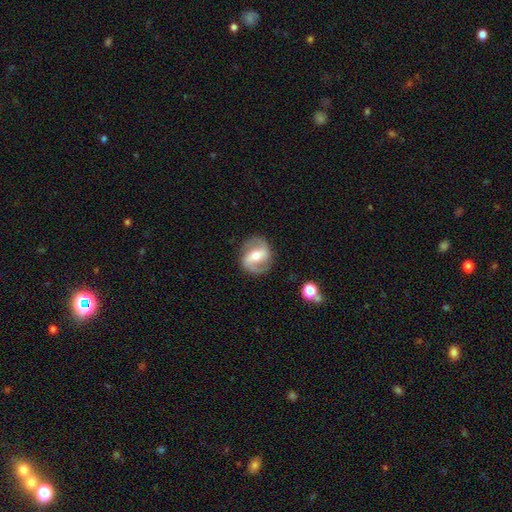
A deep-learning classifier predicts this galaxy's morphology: type=featured or disk (81%); edge-on=no (97%); bar=strong (45%); spiral arms=yes (91%); winding=medium (49%); arm count=2 (91%); bulge=moderate (62%); merging=none (84%).